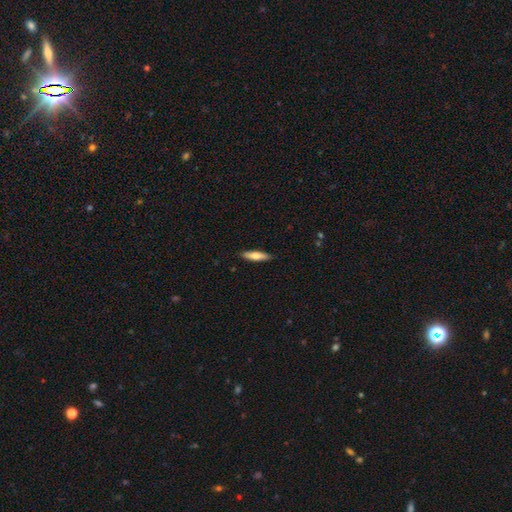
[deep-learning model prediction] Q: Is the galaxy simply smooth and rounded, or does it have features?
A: smooth — 71%.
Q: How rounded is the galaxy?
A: cigar-shaped — 70%.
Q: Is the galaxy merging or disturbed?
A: none — 89%.